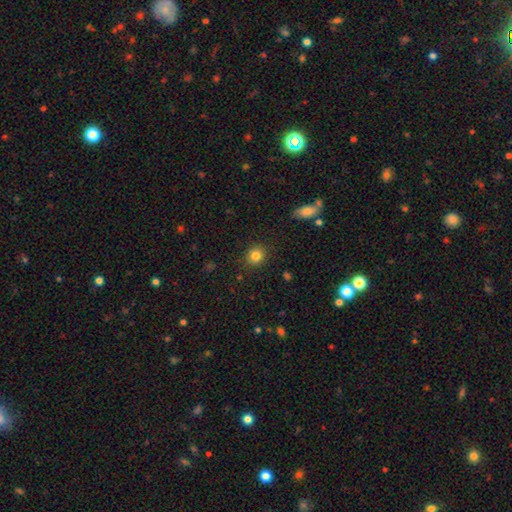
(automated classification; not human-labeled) Smooth or featured? smooth (83%)
How rounded? round (83%)
Merging? none (89%)